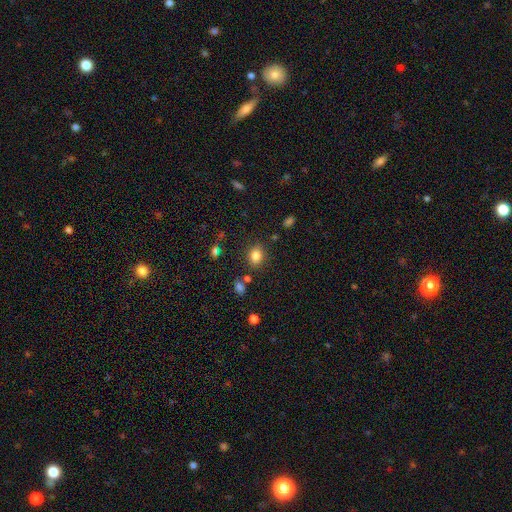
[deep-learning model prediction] A smooth galaxy with no disk features (82%) that is round (56%). Merging: none (81%).